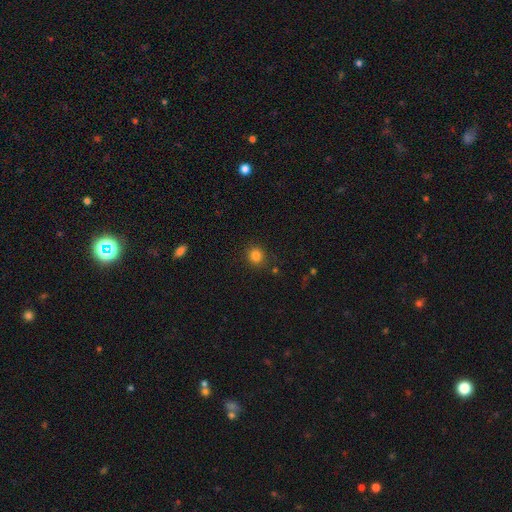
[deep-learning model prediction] smooth-or-featured: smooth: 83% | star or artifact: 13% | featured or disk: 4%
  how-rounded: round: 88% | in between: 11% | cigar-shaped: 1%
  merging: none: 86% | minor disturbance: 9% | major disturbance: 3% | merger: 2%